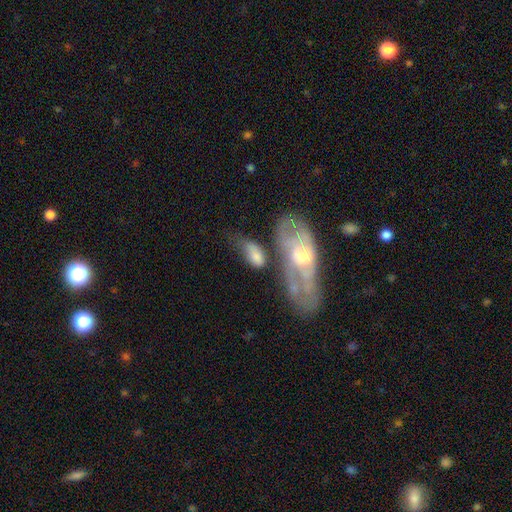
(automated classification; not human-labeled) Smooth or featured? Predicted: smooth (p=0.63). How rounded? Predicted: in between (p=0.88). Merging? Predicted: none (p=0.34).